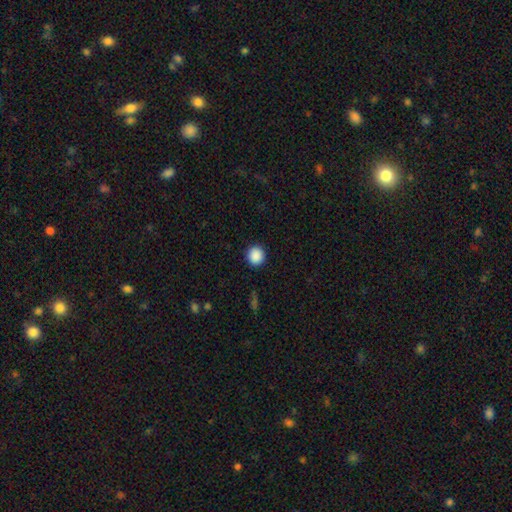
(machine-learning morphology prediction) smooth 89%, star or artifact 8%, featured or disk 2%. Down the decision tree: how rounded — round (92%); merging — none (92%).